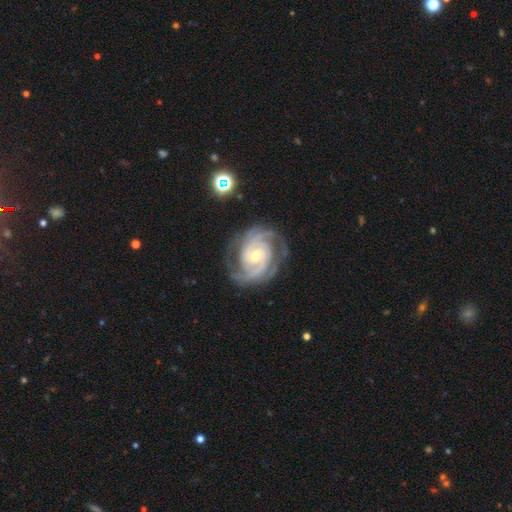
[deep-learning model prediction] Smooth or featured?
  - featured or disk: 93% *
  - star or artifact: 4%
  - smooth: 3%
Edge-on disk?
  - no: 98% *
  - yes: 2%
Bar?
  - no: 52% *
  - weak: 36%
  - strong: 13%
Spiral arms?
  - yes: 99% *
  - no: 1%
Spiral winding?
  - tight: 66% *
  - medium: 30%
  - loose: 4%
Spiral arm count?
  - 3: 34% *
  - 2: 32%
  - can't tell: 12%
  - 4: 11%
  - more than 4: 6%
  - 1: 6%
Bulge size?
  - moderate: 56% *
  - small: 40%
  - large: 2%
  - none: 1%
  - dominant: 1%
Merging?
  - none: 78% *
  - minor disturbance: 15%
  - major disturbance: 6%
  - merger: 1%